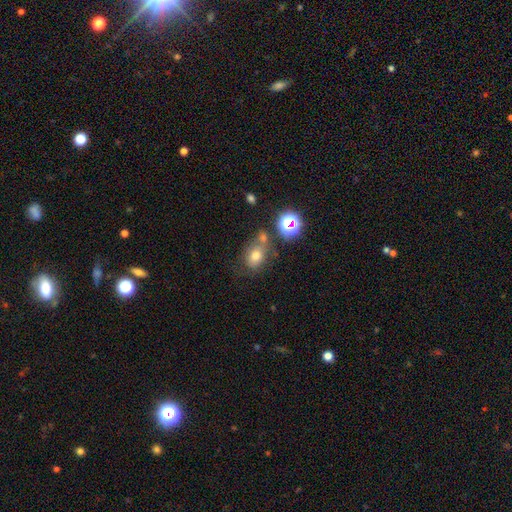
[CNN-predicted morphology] smooth_or_featured: smooth (p=0.70) [alt: star or artifact p=0.18]
how_rounded: in between (p=0.55) [alt: round p=0.44]
merging: none (p=0.51) [alt: merger p=0.26]